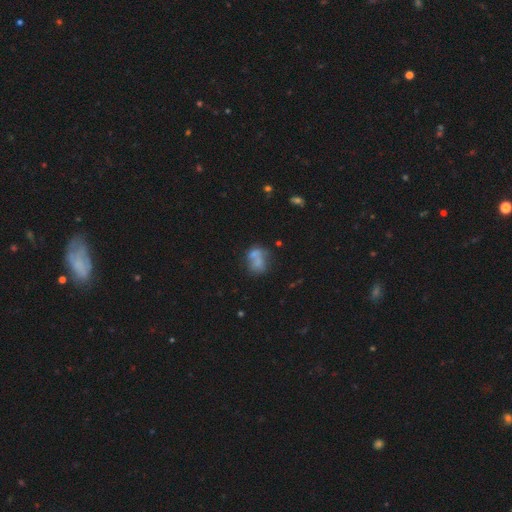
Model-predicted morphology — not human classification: Overall: smooth (59%; featured or disk 28%). How rounded: in between (64%; round 34%). Merging: merger (44%; none 29%).